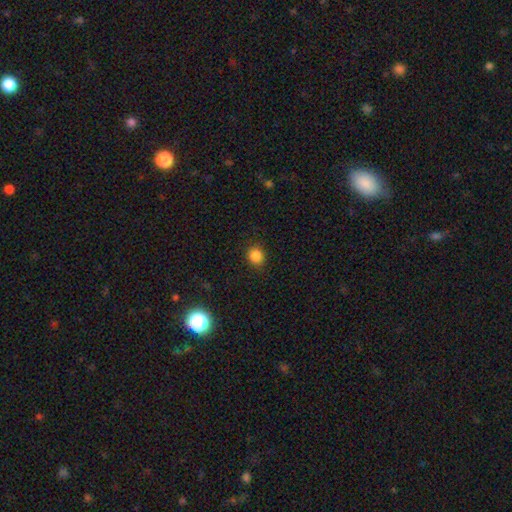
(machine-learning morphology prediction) This is clearly a smooth galaxy (84%). How rounded: likely round (78%). Merging: clearly none (89%).